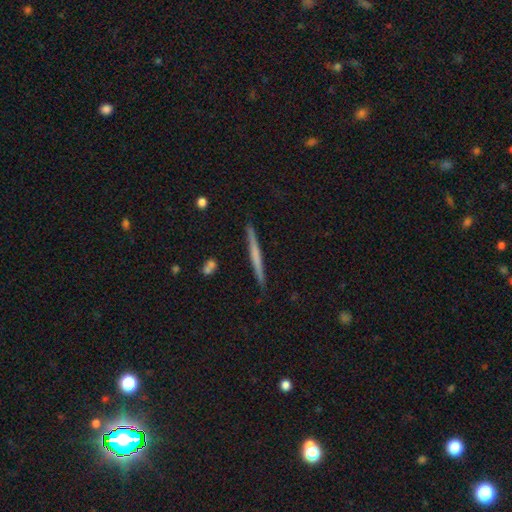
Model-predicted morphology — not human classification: This is possibly a featured or disk galaxy (48%). Merging: clearly none (90%).